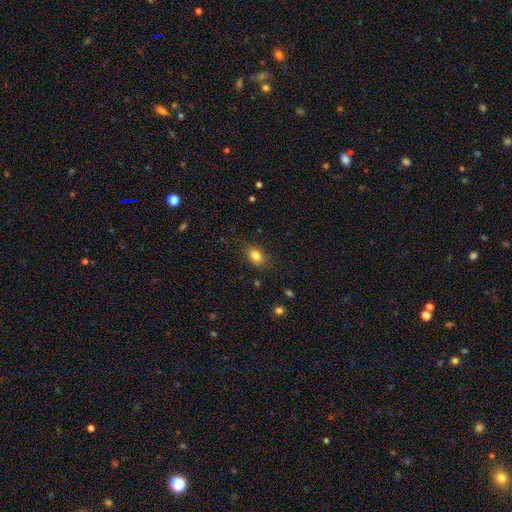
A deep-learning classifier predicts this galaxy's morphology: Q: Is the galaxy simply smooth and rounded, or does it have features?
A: smooth — 82%.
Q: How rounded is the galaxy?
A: in between — 65%.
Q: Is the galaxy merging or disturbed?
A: none — 74%.